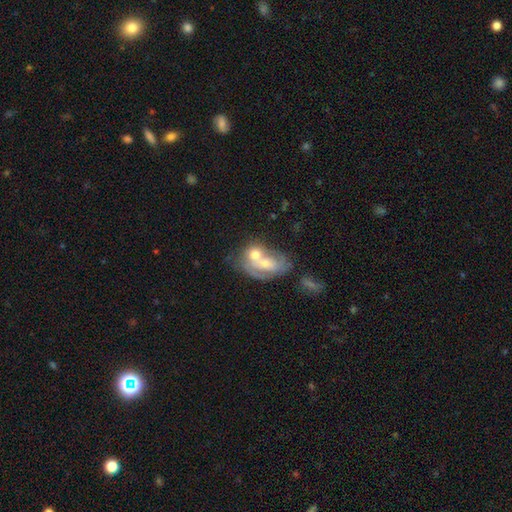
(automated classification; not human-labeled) This is possibly a featured or disk galaxy (49%). Merging: possibly merger (59%).